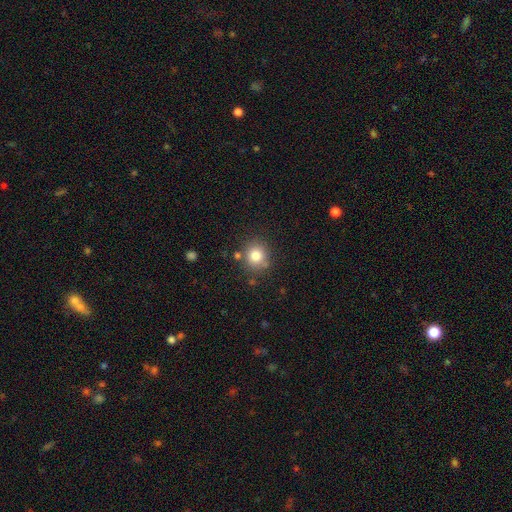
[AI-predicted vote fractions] A smooth galaxy with no disk features (80%) that is round (86%). Merging: none (79%).